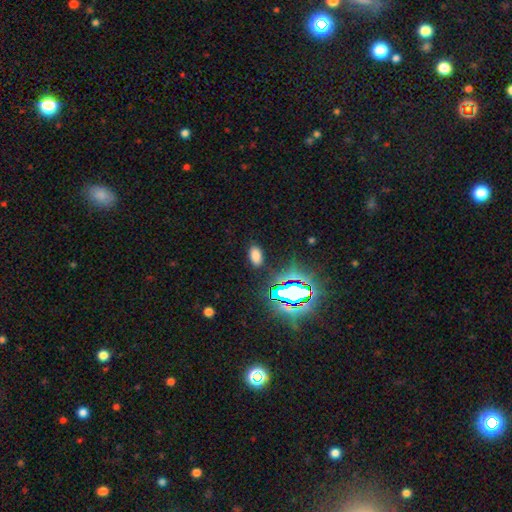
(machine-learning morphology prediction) type=smooth (71%); roundness=in between (92%); merging=none (86%).